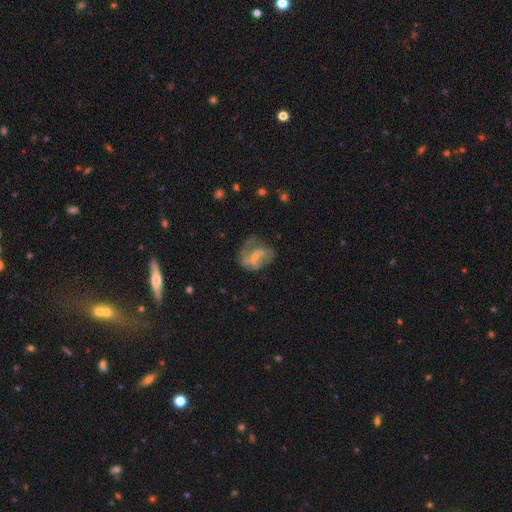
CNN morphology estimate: Smooth or featured: featured or disk — 72% (smooth — 18%)
Edge-on disk: no — 96% (yes — 4%)
Bar: no — 44% (weak — 42%)
Spiral arms: yes — 81% (no — 19%)
Spiral winding: medium — 45% (tight — 28%)
Spiral arm count: 2 — 53% (can't tell — 22%)
Bulge size: small — 60% (moderate — 32%)
Merging: none — 56% (minor disturbance — 22%)